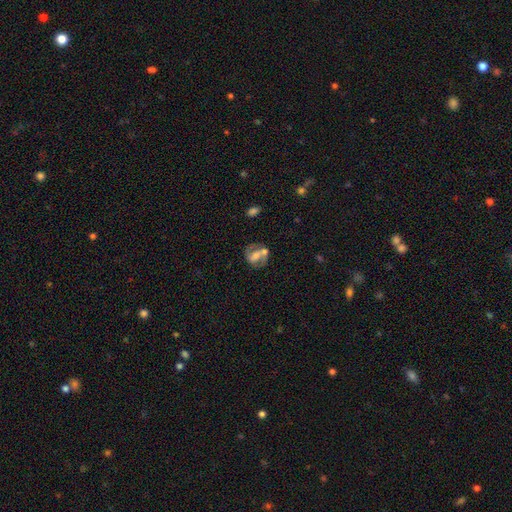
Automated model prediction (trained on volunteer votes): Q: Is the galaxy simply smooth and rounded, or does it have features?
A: featured or disk — 68%.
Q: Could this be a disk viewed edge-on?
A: no — 97%.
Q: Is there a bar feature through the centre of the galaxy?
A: weak — 38%.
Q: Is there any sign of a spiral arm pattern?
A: yes — 82%.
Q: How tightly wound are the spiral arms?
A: medium — 50%.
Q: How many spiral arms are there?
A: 2 — 83%.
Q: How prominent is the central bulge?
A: moderate — 34%.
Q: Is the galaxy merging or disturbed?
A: none — 50%.